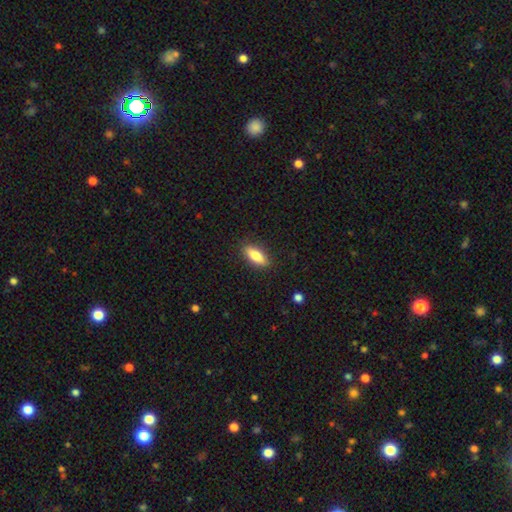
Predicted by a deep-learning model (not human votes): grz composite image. It shows a smooth galaxy with no disk features (79%) that is in between round and cigar-shaped (72%). Merging: none (87%).